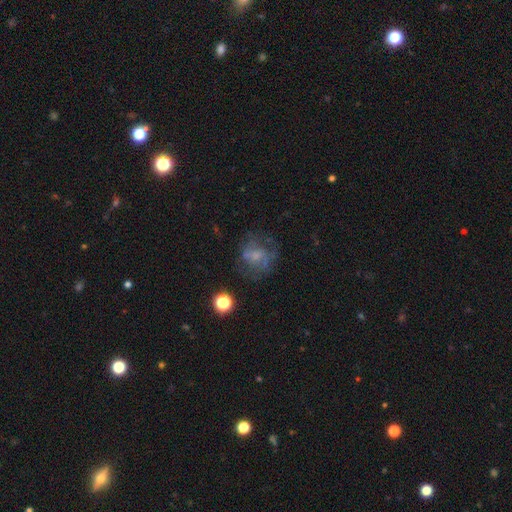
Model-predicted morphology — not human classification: Overall: featured or disk (45%; smooth 38%). Merging: none (53%; major disturbance 23%).